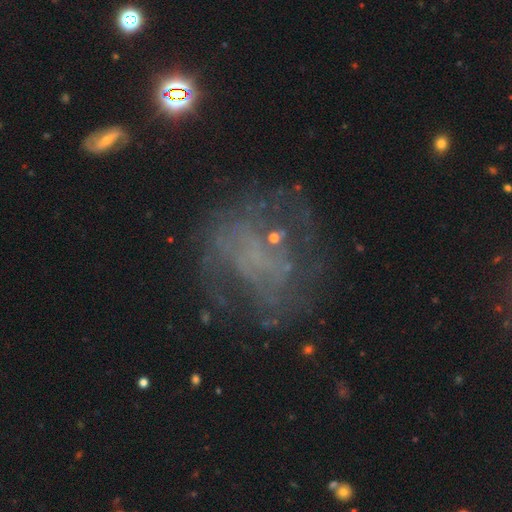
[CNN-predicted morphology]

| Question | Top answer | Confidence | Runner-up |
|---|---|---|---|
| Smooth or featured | featured or disk | 60% | star or artifact (21%) |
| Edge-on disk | no | 97% | yes (3%) |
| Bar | no | 72% | weak (21%) |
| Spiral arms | no | 52% | yes (48%) |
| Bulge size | none | 67% | small (21%) |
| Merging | none | 56% | major disturbance (23%) |